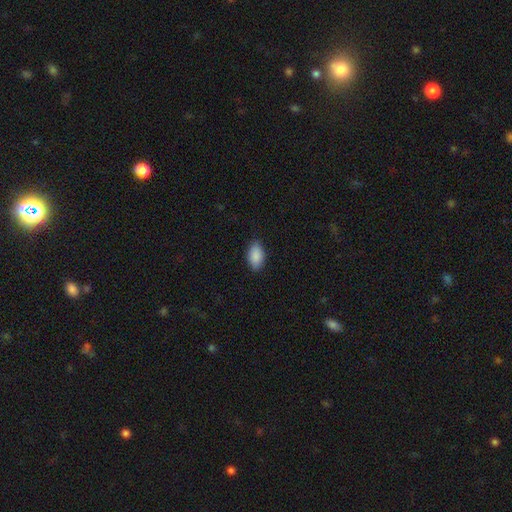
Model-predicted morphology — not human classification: smooth_or_featured: smooth (p=0.90) [alt: star or artifact p=0.06]
how_rounded: in between (p=0.94) [alt: round p=0.04]
merging: none (p=0.86) [alt: minor disturbance p=0.11]